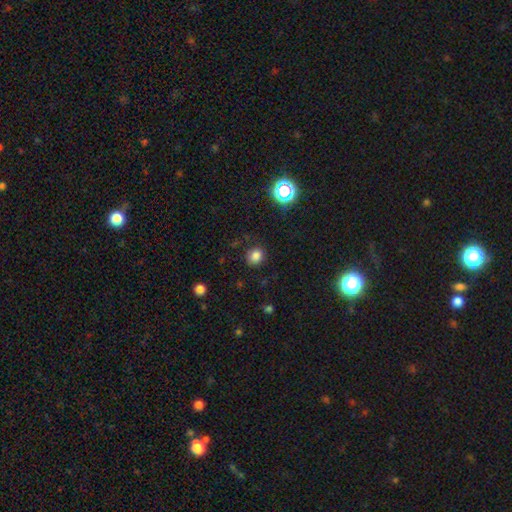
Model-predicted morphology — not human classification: This appears to be a smooth galaxy with no disk features (79%) that is round (72%). Merging: none (85%).